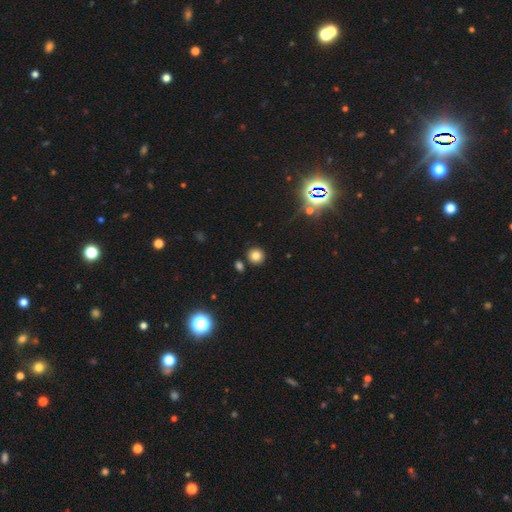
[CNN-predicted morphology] smooth-or-featured: smooth: 78% | star or artifact: 15% | featured or disk: 8%
  how-rounded: round: 91% | in between: 8% | cigar-shaped: 1%
  merging: none: 85% | minor disturbance: 7% | merger: 6% | major disturbance: 2%